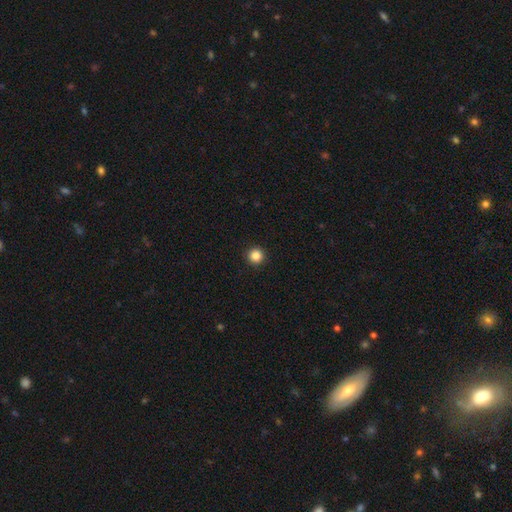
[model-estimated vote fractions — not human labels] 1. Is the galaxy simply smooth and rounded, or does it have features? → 85% smooth, 11% star or artifact, 4% featured or disk.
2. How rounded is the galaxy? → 96% round, 3% in between, 1% cigar-shaped.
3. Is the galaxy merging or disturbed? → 94% none, 4% minor disturbance, 1% major disturbance, 1% merger.